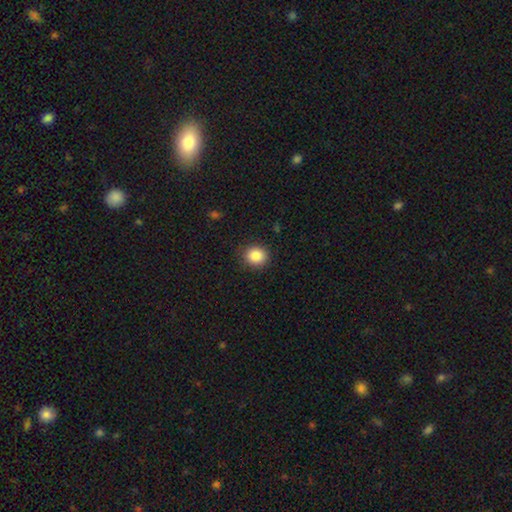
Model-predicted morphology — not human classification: type=smooth (86%); roundness=round (79%); merging=none (87%).